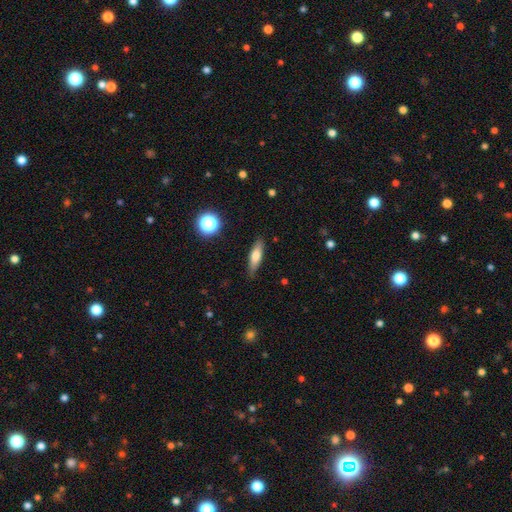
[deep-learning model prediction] smooth 67%, featured or disk 25%, star or artifact 8%. Down the decision tree: how rounded — cigar-shaped (59%); merging — none (85%).